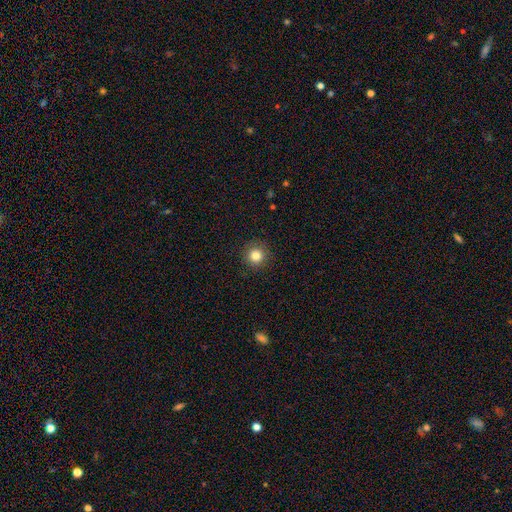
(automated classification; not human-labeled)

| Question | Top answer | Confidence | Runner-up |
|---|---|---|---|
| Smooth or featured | smooth | 83% | star or artifact (12%) |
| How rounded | round | 95% | in between (4%) |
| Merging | none | 91% | minor disturbance (6%) |